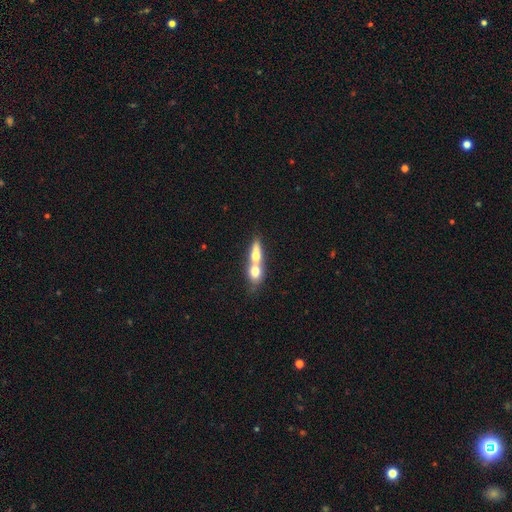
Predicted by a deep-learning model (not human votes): smooth 62%, featured or disk 31%, star or artifact 7%. Down the decision tree: how rounded — in between (51%); merging — merger (76%).